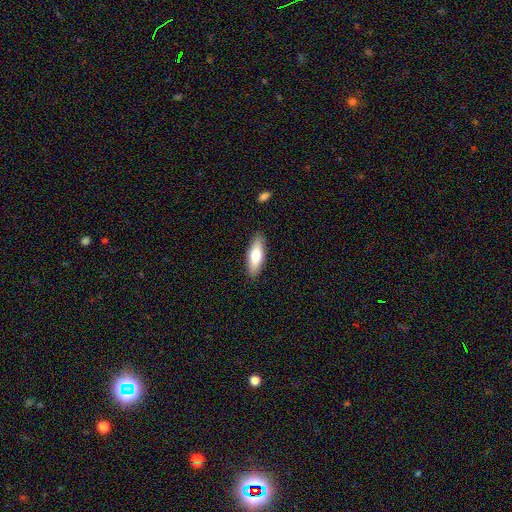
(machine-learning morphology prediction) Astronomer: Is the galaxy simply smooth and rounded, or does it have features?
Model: smooth — 72%.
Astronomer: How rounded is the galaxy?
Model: in between — 58% (runner-up: cigar-shaped, 40%).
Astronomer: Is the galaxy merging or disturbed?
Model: none — 88%.